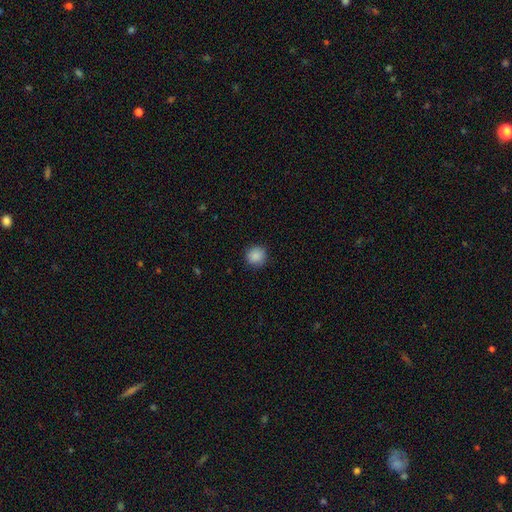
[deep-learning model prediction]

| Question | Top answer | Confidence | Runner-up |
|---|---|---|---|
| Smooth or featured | smooth | 88% | star or artifact (9%) |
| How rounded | round | 93% | in between (6%) |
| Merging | none | 90% | minor disturbance (7%) |